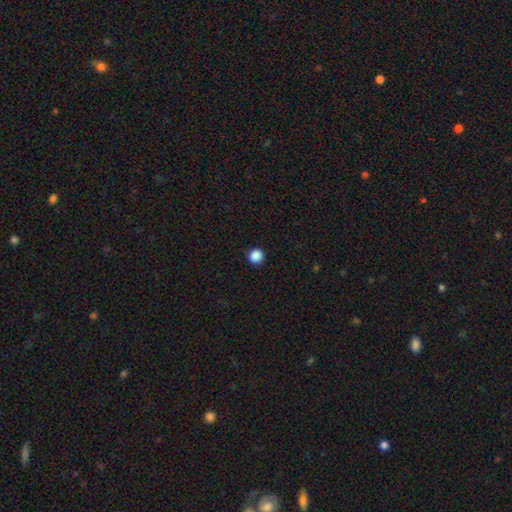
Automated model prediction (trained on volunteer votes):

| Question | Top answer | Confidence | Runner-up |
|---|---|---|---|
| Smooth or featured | smooth | 88% | star or artifact (10%) |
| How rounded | round | 94% | in between (5%) |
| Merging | none | 92% | minor disturbance (6%) |